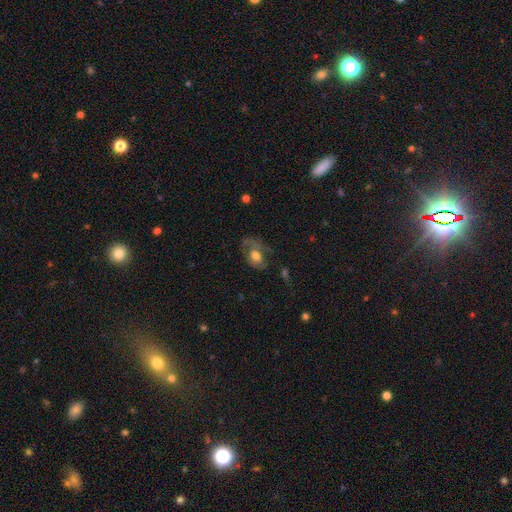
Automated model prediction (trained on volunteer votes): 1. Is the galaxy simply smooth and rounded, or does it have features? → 51% smooth, 40% featured or disk, 9% star or artifact.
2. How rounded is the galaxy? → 79% in between, 19% round, 2% cigar-shaped.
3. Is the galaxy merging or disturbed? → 41% none, 30% major disturbance, 26% minor disturbance, 3% merger.